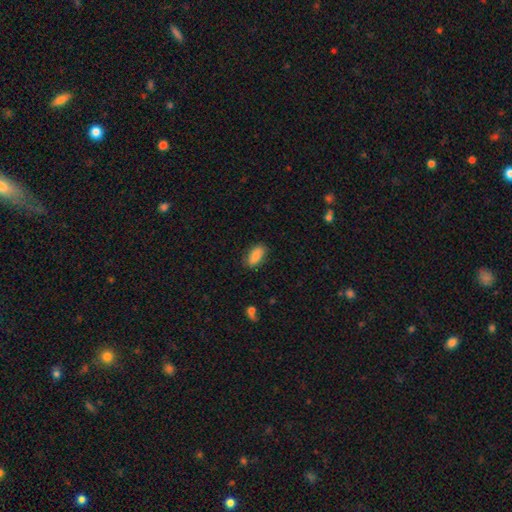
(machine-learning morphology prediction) Overall: smooth (87%). How rounded: in between (88%). Merging: none (83%).